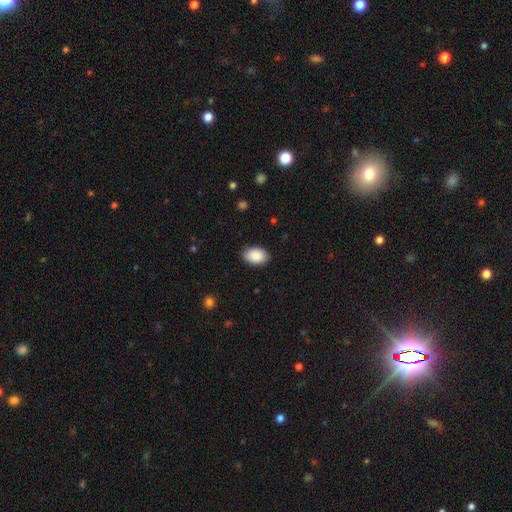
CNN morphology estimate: smooth_or_featured: smooth (p=0.90) [alt: star or artifact p=0.06]
how_rounded: in between (p=0.90) [alt: round p=0.09]
merging: none (p=0.87) [alt: minor disturbance p=0.09]